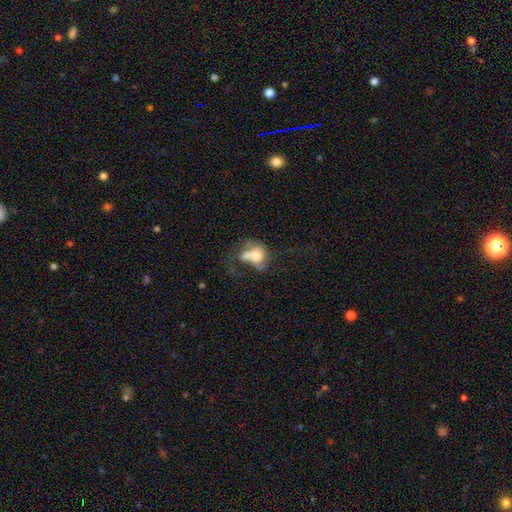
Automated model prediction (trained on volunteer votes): smooth 51%, featured or disk 40%, star or artifact 9%. Down the decision tree: how rounded — in between (55%); merging — merger (54%).